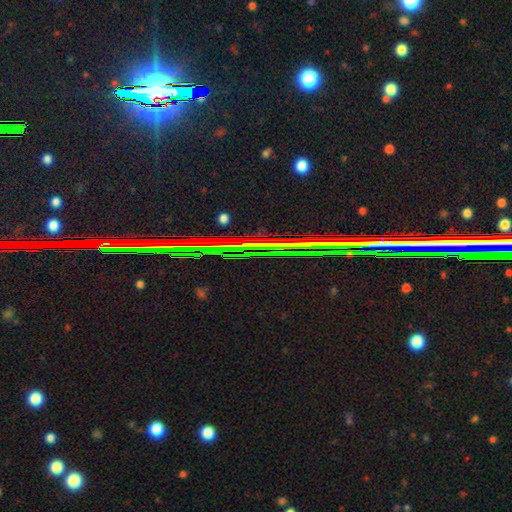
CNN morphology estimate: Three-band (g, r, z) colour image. It shows a star or artifact, not a galaxy (80%).